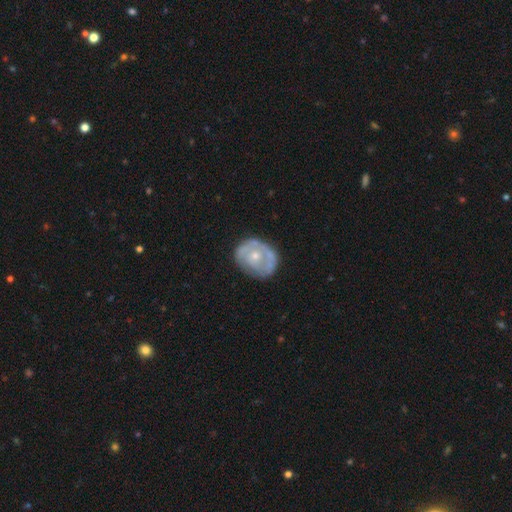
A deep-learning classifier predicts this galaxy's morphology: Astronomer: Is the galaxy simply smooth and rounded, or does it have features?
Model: featured or disk — 61%.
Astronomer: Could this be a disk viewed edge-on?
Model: no — 97%.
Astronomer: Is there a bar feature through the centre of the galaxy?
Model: no — 84%.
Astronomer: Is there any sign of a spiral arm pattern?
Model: no — 55% (runner-up: yes, 45%).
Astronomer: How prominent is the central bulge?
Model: small — 53% (runner-up: moderate, 43%).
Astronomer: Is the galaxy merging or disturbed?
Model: none — 61%.